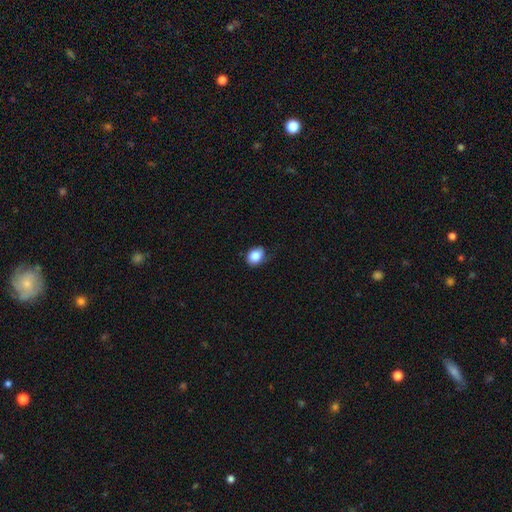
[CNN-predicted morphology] Smooth or featured: smooth — 84% (star or artifact — 8%)
How rounded: in between — 62% (round — 37%)
Merging: none — 64% (minor disturbance — 27%)